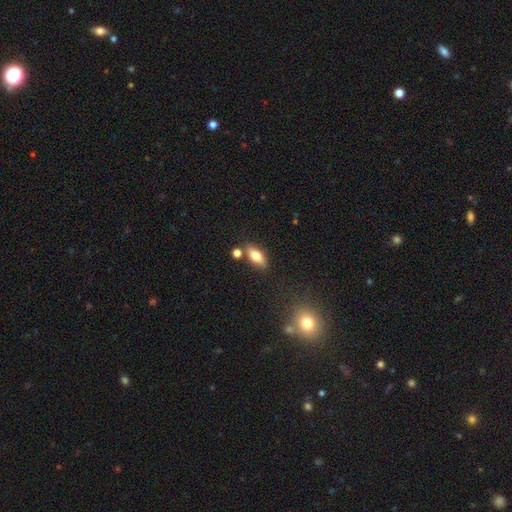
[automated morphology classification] Q: Smooth or featured?
A: smooth (71%); runner-up: featured or disk (21%)
Q: How rounded?
A: in between (80%); runner-up: cigar-shaped (16%)
Q: Merging?
A: none (75%); runner-up: minor disturbance (12%)